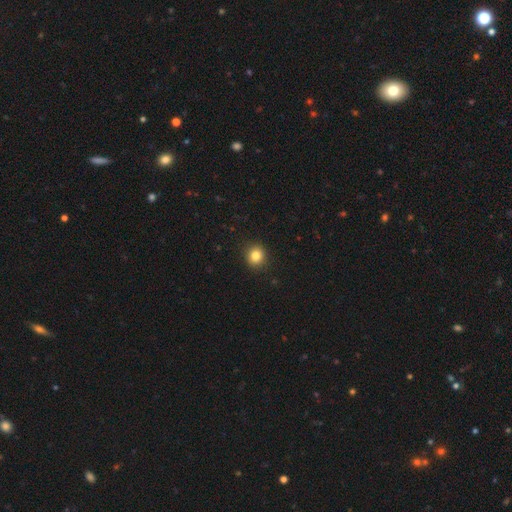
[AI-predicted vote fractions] A smooth galaxy with no disk features (83%) that is round (87%).

Vote fractions:
- Smooth or featured? smooth: 83% / star or artifact: 11% / featured or disk: 5%
- How rounded? round: 87% / in between: 12% / cigar-shaped: 1%
- Merging? none: 92% / minor disturbance: 6% / major disturbance: 2% / merger: 1%